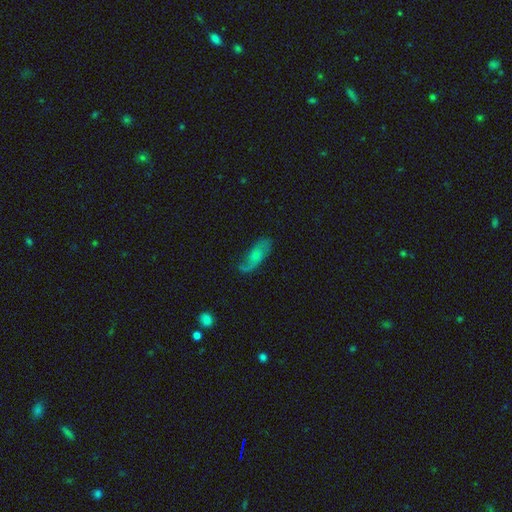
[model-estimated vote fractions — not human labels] smooth-or-featured: featured or disk: 46% (tied) | smooth: 46% (tied) | star or artifact: 8%
  merging: none: 54% | minor disturbance: 28% | major disturbance: 15% | merger: 3%